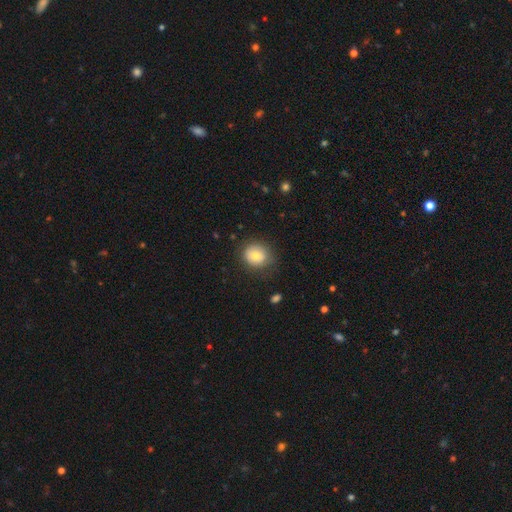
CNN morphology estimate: type=smooth (75%); roundness=round (81%); merging=none (76%).